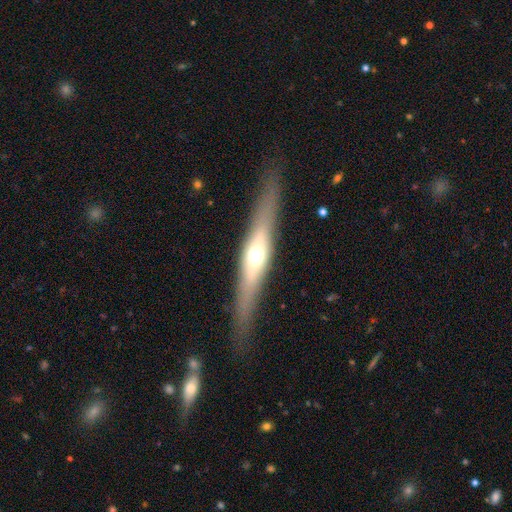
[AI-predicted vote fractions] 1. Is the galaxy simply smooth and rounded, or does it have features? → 61% featured or disk, 33% smooth, 6% star or artifact.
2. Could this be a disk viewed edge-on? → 90% yes, 10% no.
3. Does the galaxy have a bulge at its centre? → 88% rounded, 7% none, 5% boxy.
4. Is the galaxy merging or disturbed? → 85% none, 11% minor disturbance, 3% major disturbance, 1% merger.